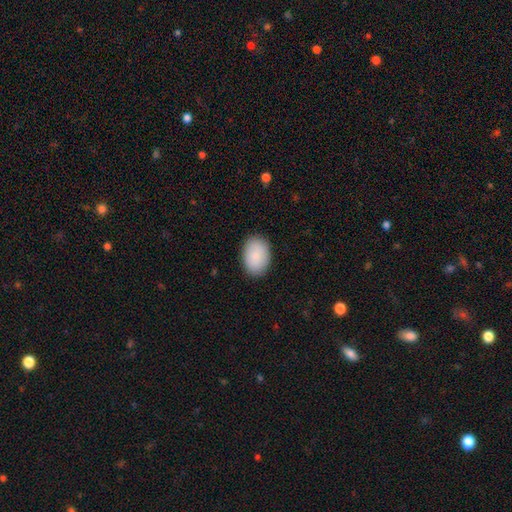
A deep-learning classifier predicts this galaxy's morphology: Q: Smooth or featured?
A: smooth (89%); runner-up: star or artifact (6%)
Q: How rounded?
A: in between (84%); runner-up: round (15%)
Q: Merging?
A: none (88%); runner-up: minor disturbance (9%)